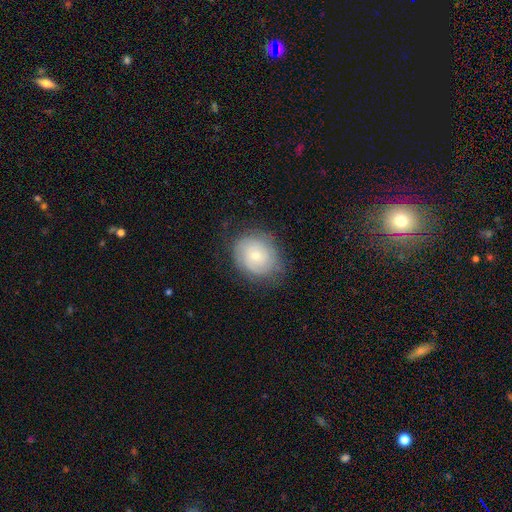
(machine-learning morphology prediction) Smooth or featured?
  - featured or disk: 49% *
  - smooth: 43%
  - star or artifact: 8%
Merging?
  - none: 73% *
  - minor disturbance: 19%
  - major disturbance: 6%
  - merger: 1%